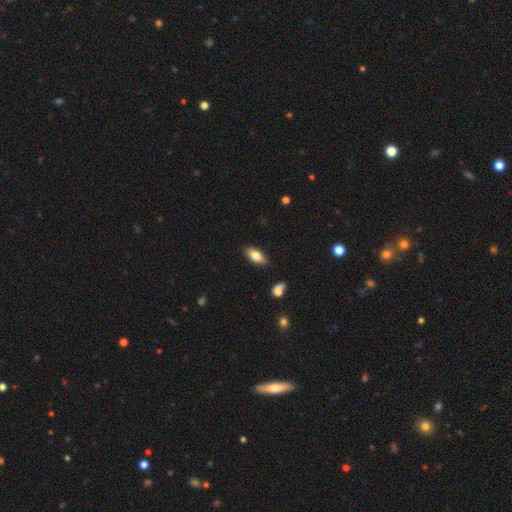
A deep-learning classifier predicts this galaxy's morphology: Q: Smooth or featured?
A: smooth (79%); runner-up: featured or disk (14%)
Q: How rounded?
A: in between (87%); runner-up: cigar-shaped (10%)
Q: Merging?
A: none (86%); runner-up: minor disturbance (10%)